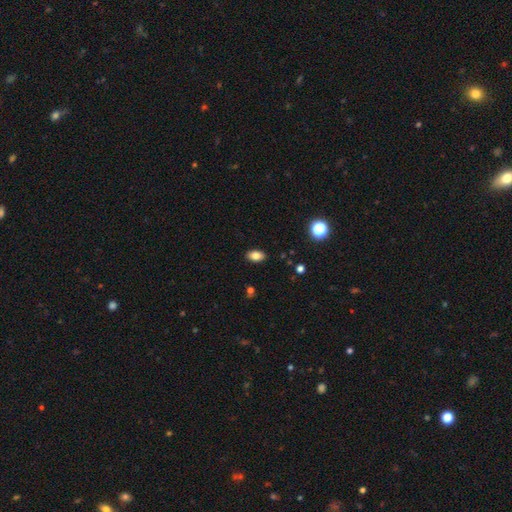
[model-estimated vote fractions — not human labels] smooth 82%, star or artifact 10%, featured or disk 8%. Down the decision tree: how rounded — in between (89%); merging — none (88%).